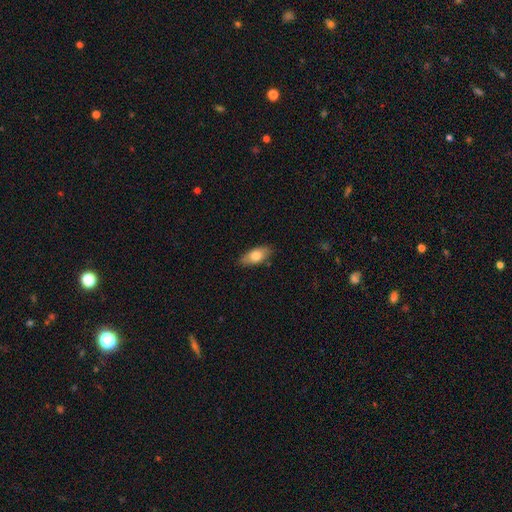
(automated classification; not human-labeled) This is likely a smooth galaxy (76%). How rounded: clearly in between (85%). Merging: clearly none (85%).